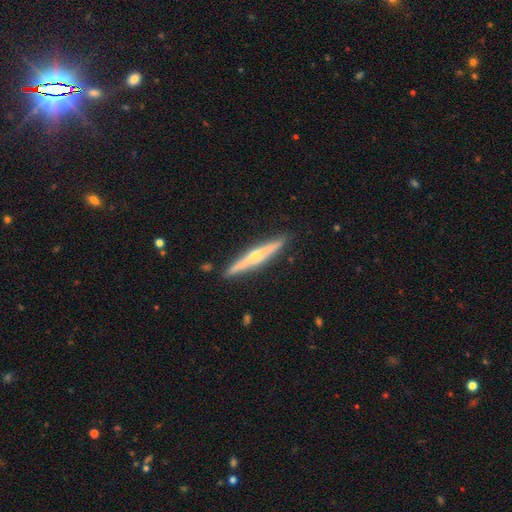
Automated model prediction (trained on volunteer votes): Q: Smooth or featured?
A: featured or disk (68%); runner-up: smooth (27%)
Q: Edge-on disk?
A: yes (97%); runner-up: no (3%)
Q: Edge-on bulge?
A: rounded (84%); runner-up: none (12%)
Q: Merging?
A: none (89%); runner-up: minor disturbance (8%)